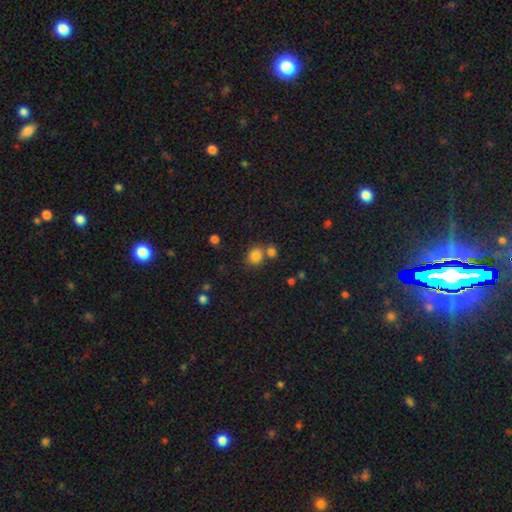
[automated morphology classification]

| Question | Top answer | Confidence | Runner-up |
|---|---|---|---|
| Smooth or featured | smooth | 83% | star or artifact (12%) |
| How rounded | round | 70% | in between (29%) |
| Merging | none | 58% | merger (28%) |